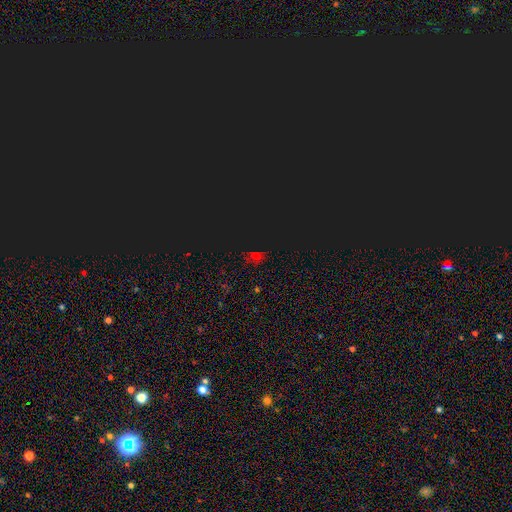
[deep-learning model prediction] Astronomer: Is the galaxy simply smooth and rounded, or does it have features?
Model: star or artifact — 62%.